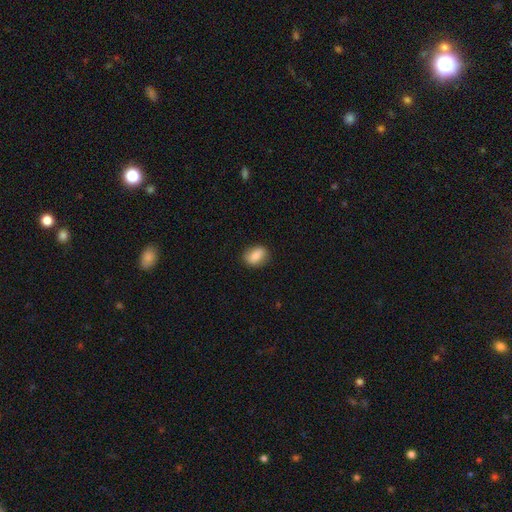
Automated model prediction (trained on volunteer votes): Smooth or featured?
  - smooth: 80% *
  - featured or disk: 13%
  - star or artifact: 7%
How rounded?
  - in between: 70% *
  - round: 28%
  - cigar-shaped: 2%
Merging?
  - none: 84% *
  - minor disturbance: 12%
  - major disturbance: 3%
  - merger: 1%